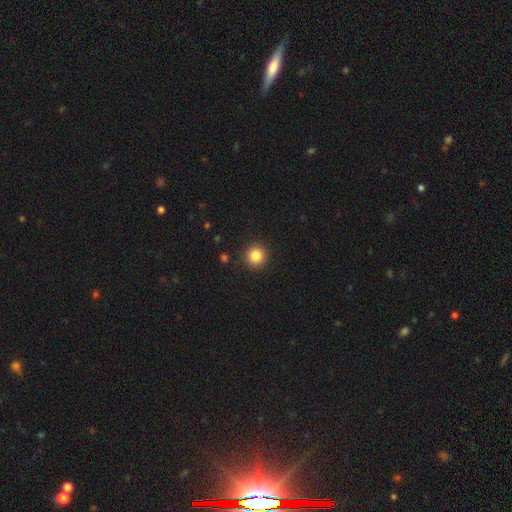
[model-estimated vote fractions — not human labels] The model was most divided on "smooth or featured": smooth: 85%, star or artifact: 11%, featured or disk: 5%. More confident: how rounded — round (93%); merging — none (91%).